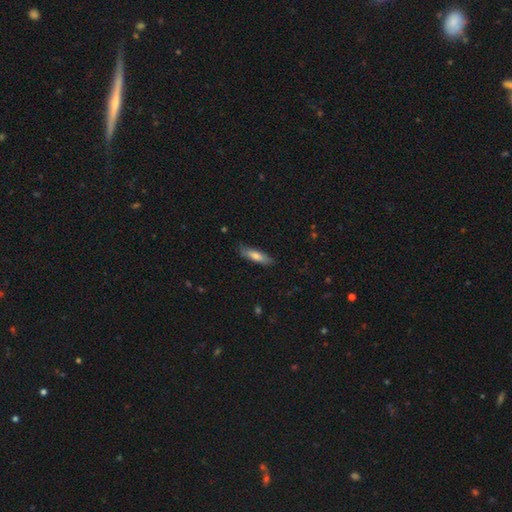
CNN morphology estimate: This appears to be a smooth galaxy with no disk features (71%) that is cigar-shaped (67%). Merging: none (82%).